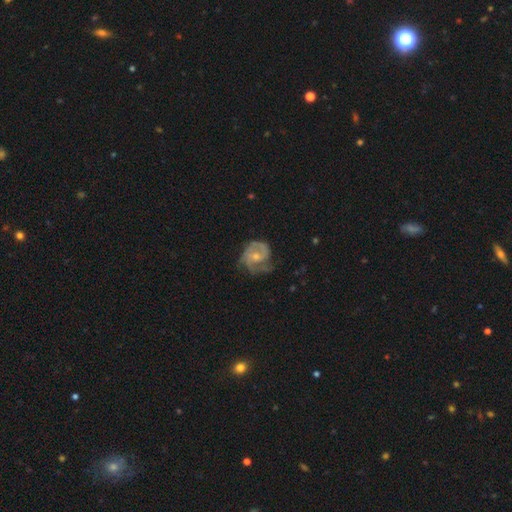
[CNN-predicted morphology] A featured or disk galaxy (82%) with no bar (65%), 2 (42%) medium (46%) spiral arms (94%) and a small central bulge (55%). Merging: none (55%).